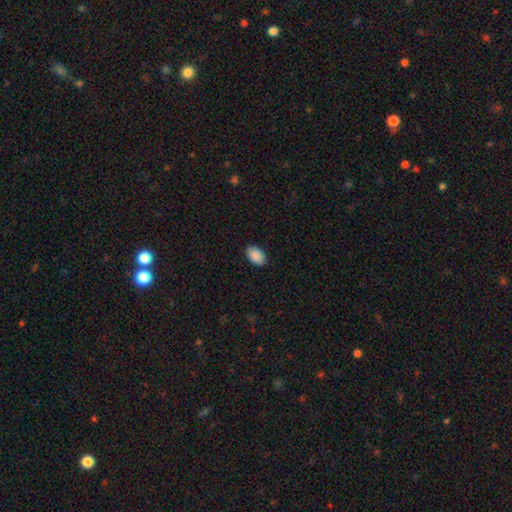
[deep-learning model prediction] Smooth or featured?
  - smooth: 91% *
  - star or artifact: 6%
  - featured or disk: 3%
How rounded?
  - in between: 91% *
  - round: 8%
  - cigar-shaped: 1%
Merging?
  - none: 89% *
  - minor disturbance: 8%
  - major disturbance: 2%
  - merger: 1%